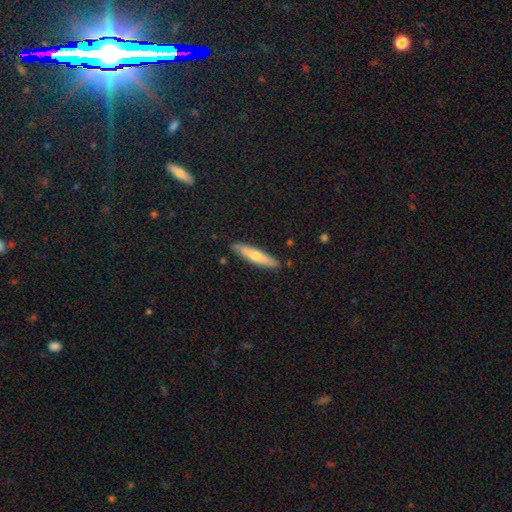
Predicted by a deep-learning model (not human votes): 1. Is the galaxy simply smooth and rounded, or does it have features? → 64% smooth, 30% featured or disk, 5% star or artifact.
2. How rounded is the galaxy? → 86% cigar-shaped, 12% in between, 1% round.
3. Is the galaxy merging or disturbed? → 88% none, 9% minor disturbance, 2% major disturbance, 1% merger.